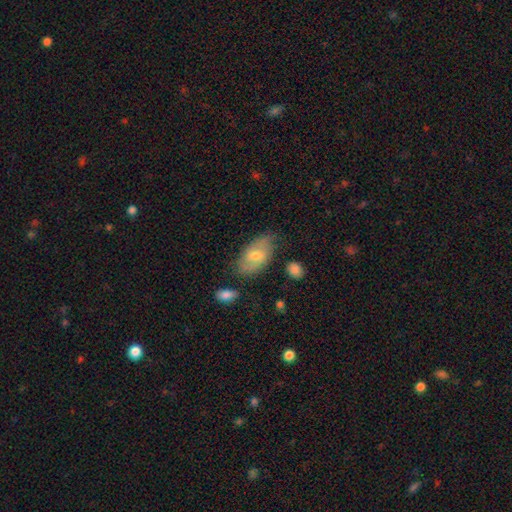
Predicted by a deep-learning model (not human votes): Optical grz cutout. It shows a smooth galaxy with no disk features (52%) that is in between round and cigar-shaped (91%). Merging: none (66%).